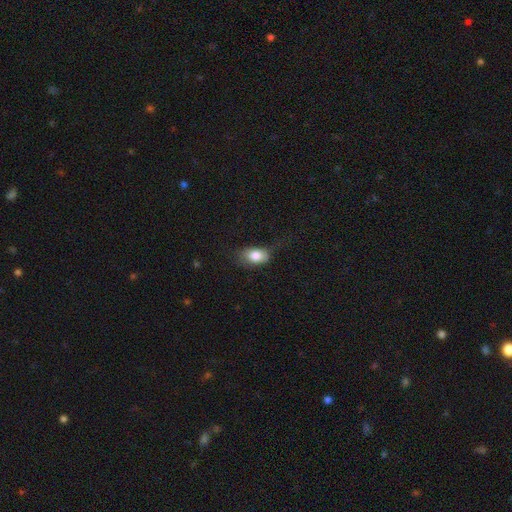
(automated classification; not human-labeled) smooth_or_featured: smooth (p=0.81) [alt: featured or disk p=0.11]
how_rounded: in between (p=0.83) [alt: round p=0.15]
merging: none (p=0.57) [alt: minor disturbance p=0.28]